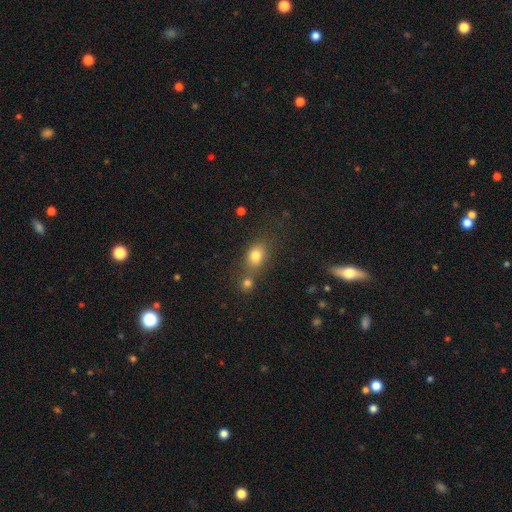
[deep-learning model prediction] Smooth or featured? Predicted: smooth (p=0.78). How rounded? Predicted: in between (p=0.57). Merging? Predicted: none (p=0.48).